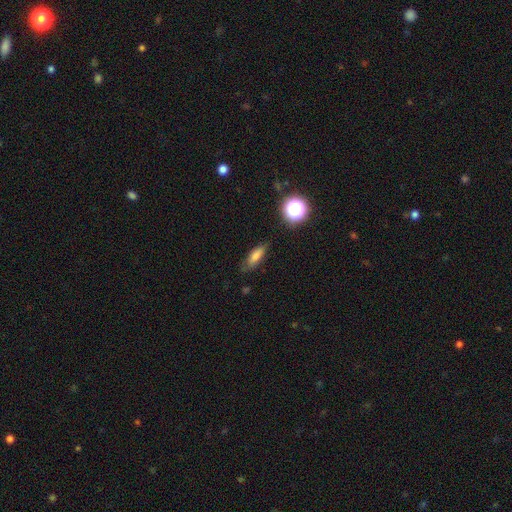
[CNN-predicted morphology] Q: Smooth or featured?
A: smooth (74%); runner-up: featured or disk (15%)
Q: How rounded?
A: in between (57%); runner-up: cigar-shaped (38%)
Q: Merging?
A: none (71%); runner-up: minor disturbance (22%)